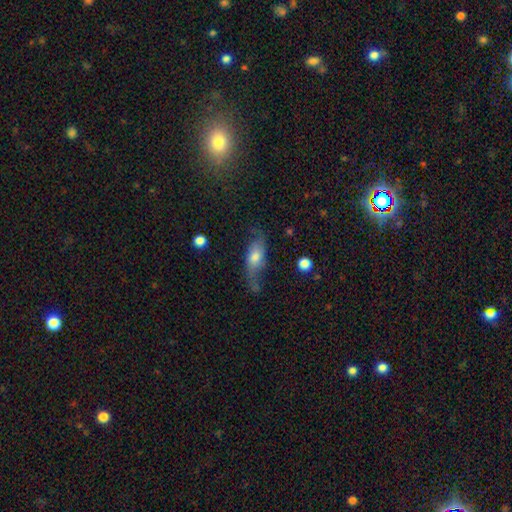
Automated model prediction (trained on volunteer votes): Smooth or featured: featured or disk — 53% (smooth — 31%)
Edge-on disk: no — 67% (yes — 33%)
Merging: none — 62% (minor disturbance — 23%)